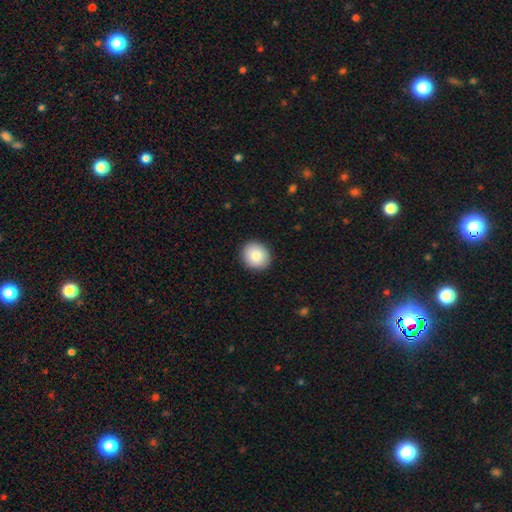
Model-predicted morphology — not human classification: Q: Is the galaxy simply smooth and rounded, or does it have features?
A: smooth — 84%.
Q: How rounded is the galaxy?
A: round — 82%.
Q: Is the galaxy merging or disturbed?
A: none — 91%.